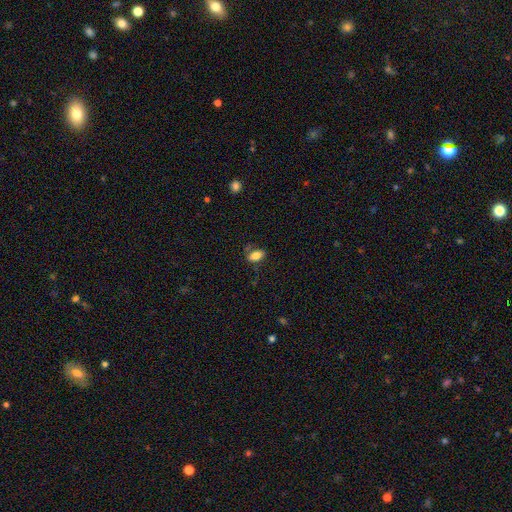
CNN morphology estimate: Smooth or featured?
  - smooth: 80% *
  - featured or disk: 11%
  - star or artifact: 9%
How rounded?
  - in between: 88% *
  - round: 8%
  - cigar-shaped: 4%
Merging?
  - none: 65% *
  - minor disturbance: 23%
  - major disturbance: 10%
  - merger: 3%